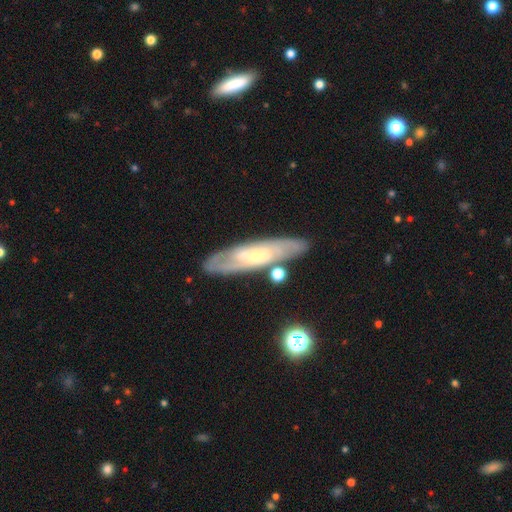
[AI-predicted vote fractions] A featured or disk galaxy (69%).

Vote fractions:
- Smooth or featured? featured or disk: 69% / smooth: 24% / star or artifact: 7%
- Edge-on disk? no: 72% / yes: 28%
- Merging? none: 77% / minor disturbance: 14% / merger: 5% / major disturbance: 4%